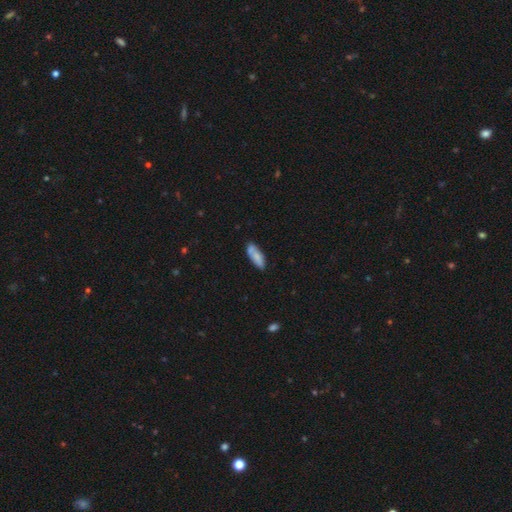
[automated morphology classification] Smooth or featured?
  - smooth: 75% *
  - featured or disk: 18%
  - star or artifact: 7%
How rounded?
  - in between: 64% *
  - cigar-shaped: 34%
  - round: 2%
Merging?
  - none: 61% *
  - minor disturbance: 18%
  - merger: 16%
  - major disturbance: 4%